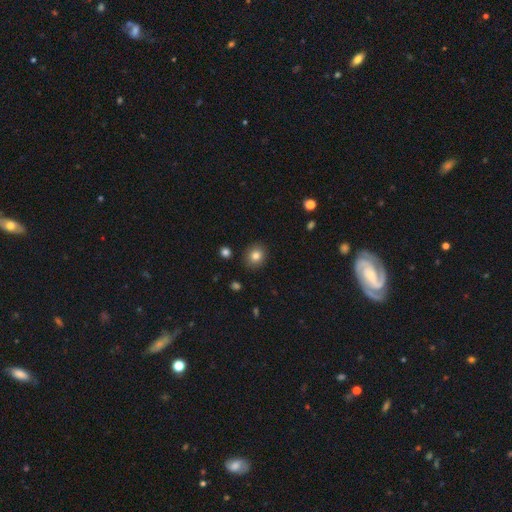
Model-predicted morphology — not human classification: Q: Smooth or featured?
A: smooth (82%); runner-up: star or artifact (11%)
Q: How rounded?
A: round (80%); runner-up: in between (20%)
Q: Merging?
A: none (90%); runner-up: minor disturbance (7%)